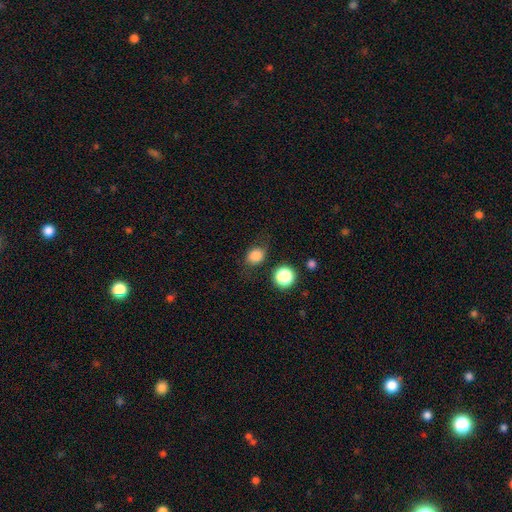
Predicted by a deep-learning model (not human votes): smooth_or_featured: smooth (p=0.81) [alt: star or artifact p=0.12]
how_rounded: round (p=0.57) [alt: in between p=0.41]
merging: none (p=0.67) [alt: minor disturbance p=0.21]